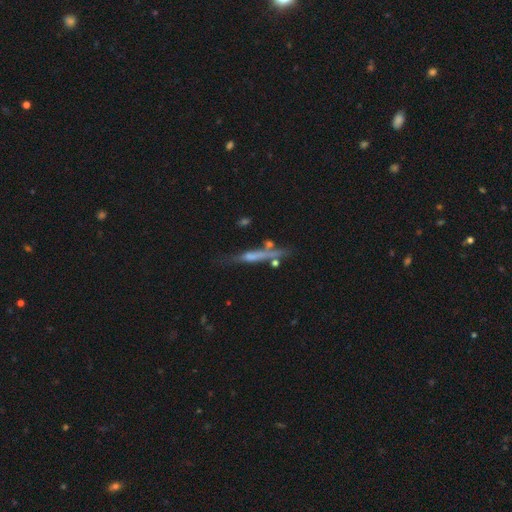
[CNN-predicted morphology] A featured or disk galaxy (55%) viewed edge-on (89%). Merging: none (62%).